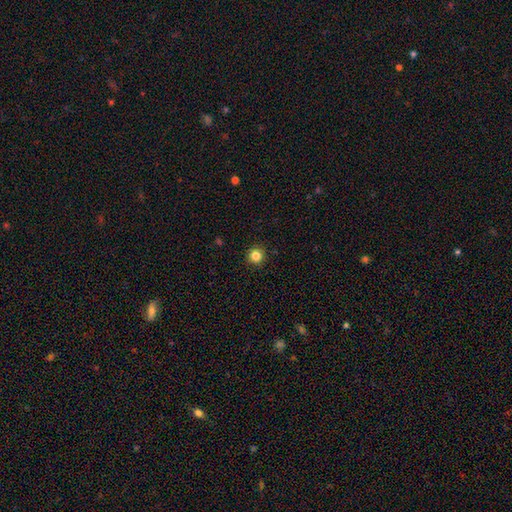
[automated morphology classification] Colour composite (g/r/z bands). It shows a smooth galaxy with no disk features (84%) that is round (95%). Merging: none (93%).